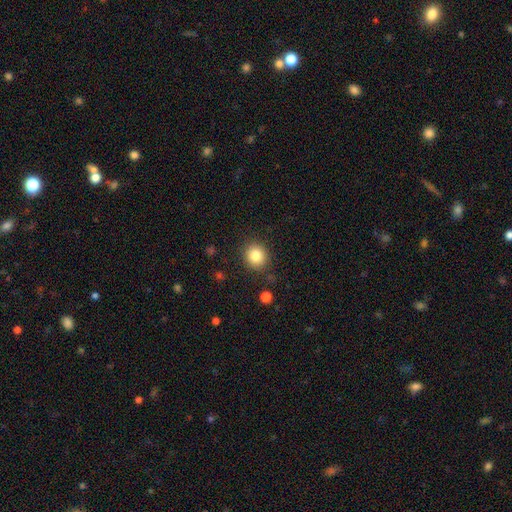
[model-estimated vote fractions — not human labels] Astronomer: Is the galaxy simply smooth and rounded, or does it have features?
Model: smooth — 83%.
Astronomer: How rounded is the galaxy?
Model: round — 86%.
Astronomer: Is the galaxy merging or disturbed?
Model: none — 88%.